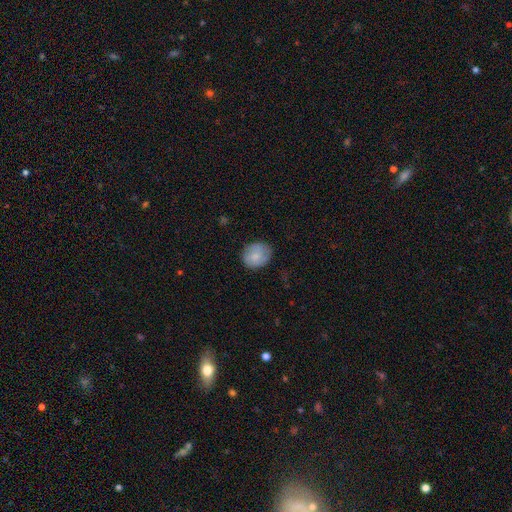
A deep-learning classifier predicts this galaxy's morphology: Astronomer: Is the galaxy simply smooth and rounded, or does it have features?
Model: smooth — 81%.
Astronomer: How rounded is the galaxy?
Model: round — 67%.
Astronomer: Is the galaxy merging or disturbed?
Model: none — 77%.